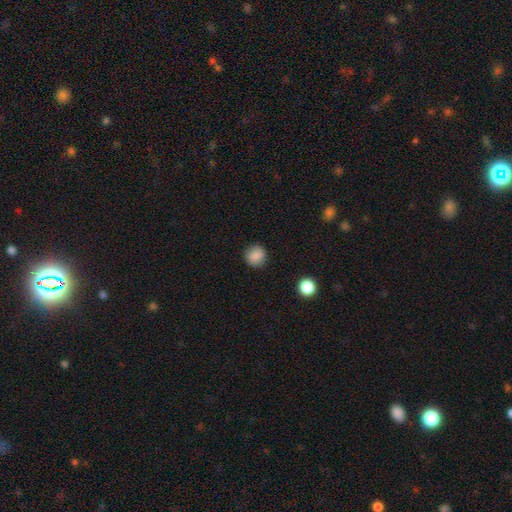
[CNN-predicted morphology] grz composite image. It shows a smooth galaxy with no disk features (86%) that is round (91%). Merging: none (89%).